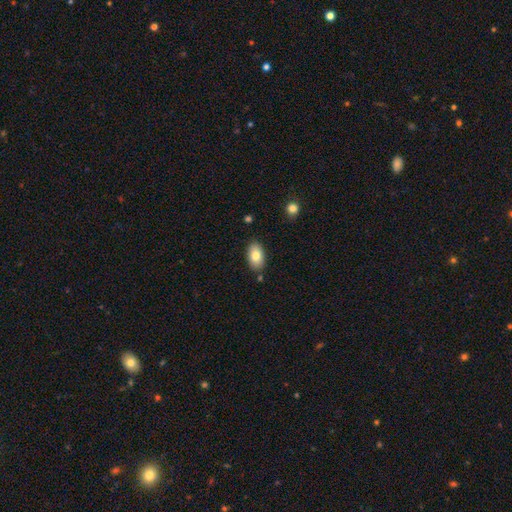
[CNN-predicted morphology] Q: Smooth or featured?
A: smooth (81%); runner-up: featured or disk (12%)
Q: How rounded?
A: in between (93%); runner-up: round (5%)
Q: Merging?
A: none (84%); runner-up: minor disturbance (11%)